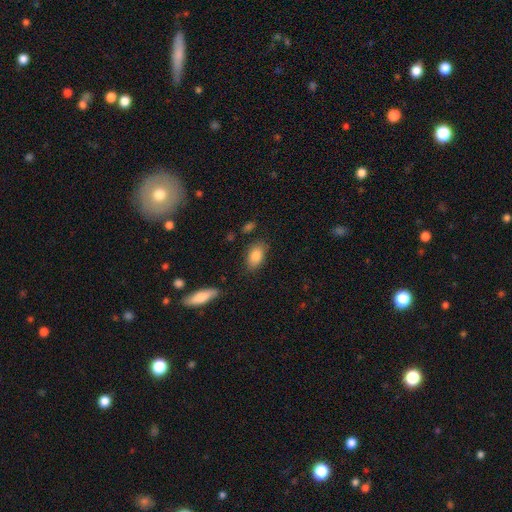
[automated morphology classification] A smooth galaxy with no disk features (84%) that is in between round and cigar-shaped (89%). Merging: none (78%).